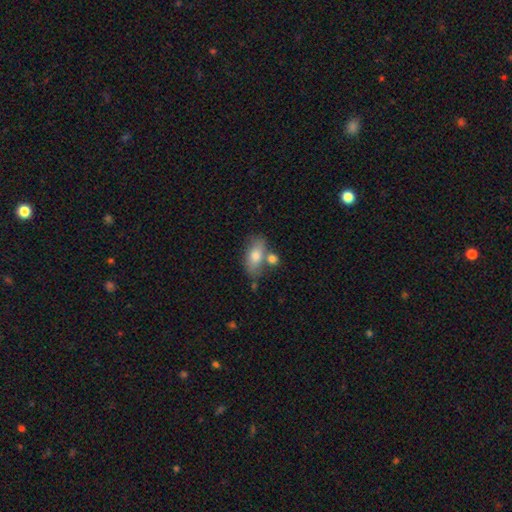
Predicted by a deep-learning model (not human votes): Smooth or featured? Predicted: smooth (p=0.73). How rounded? Predicted: in between (p=0.85). Merging? Predicted: none (p=0.55).